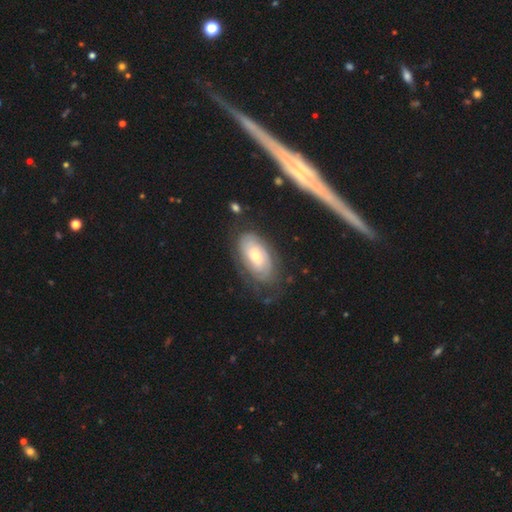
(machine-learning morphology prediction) A featured or disk galaxy (65%) with no bar (75%), tight (74%) spiral arms (84%) and a moderate central bulge (54%). Merging: none (70%).